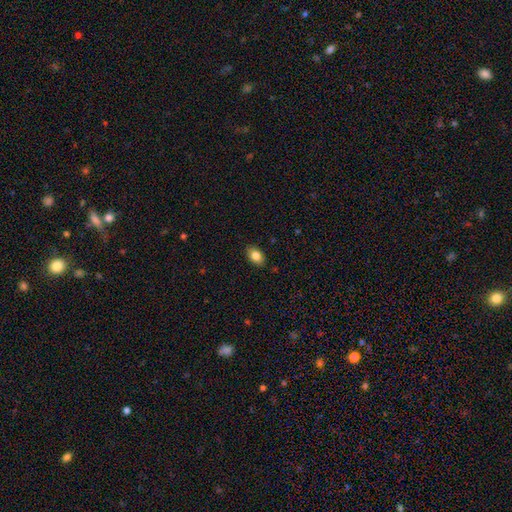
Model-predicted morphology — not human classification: Smooth or featured? smooth (85%)
How rounded? in between (86%)
Merging? none (88%)